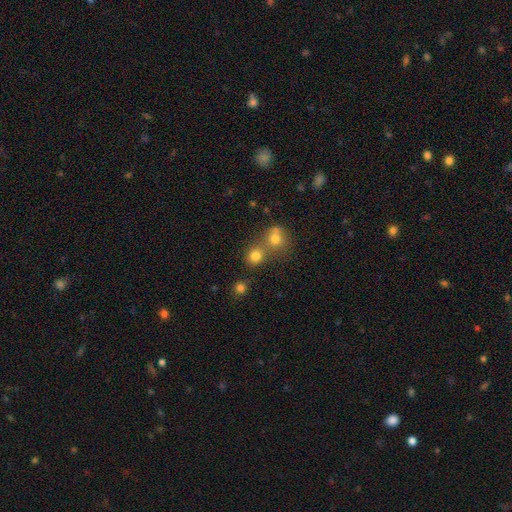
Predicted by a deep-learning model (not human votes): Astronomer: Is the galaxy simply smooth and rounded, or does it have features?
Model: smooth — 79%.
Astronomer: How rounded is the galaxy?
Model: round — 80%.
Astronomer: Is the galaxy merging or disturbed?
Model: none — 53% (runner-up: merger, 37%).